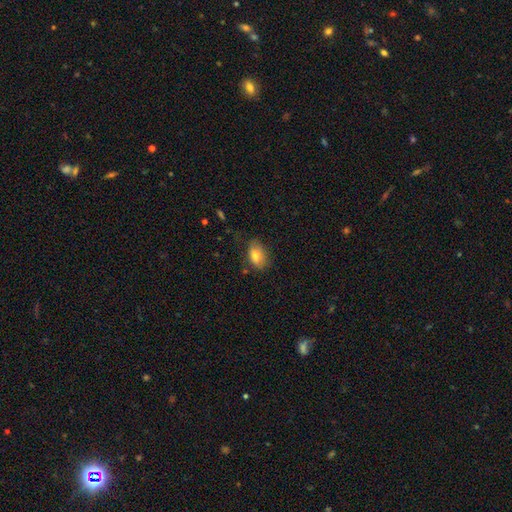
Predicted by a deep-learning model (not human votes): Smooth or featured: smooth — 80% (featured or disk — 12%)
How rounded: in between — 89% (round — 8%)
Merging: none — 69% (minor disturbance — 24%)